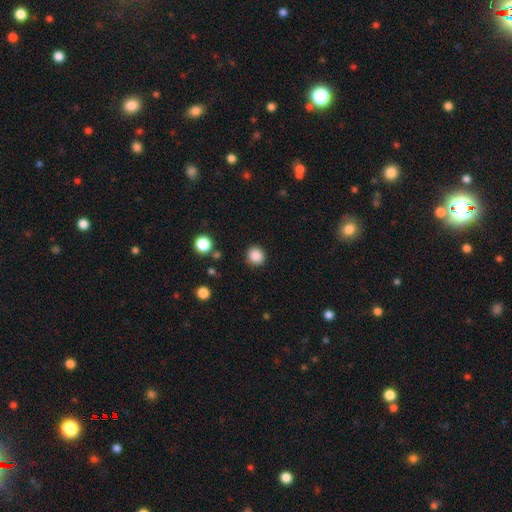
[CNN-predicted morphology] type=smooth (87%); roundness=round (86%); merging=none (89%).